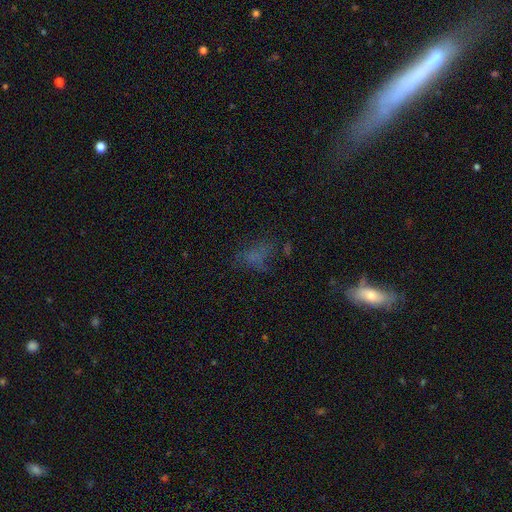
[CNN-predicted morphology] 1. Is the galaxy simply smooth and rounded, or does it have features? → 51% smooth, 27% star or artifact, 21% featured or disk.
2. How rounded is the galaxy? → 75% in between, 18% round, 7% cigar-shaped.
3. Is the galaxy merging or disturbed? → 45% none, 29% major disturbance, 20% minor disturbance, 6% merger.